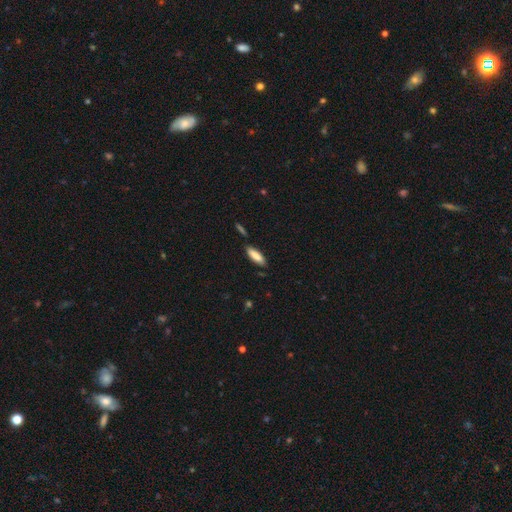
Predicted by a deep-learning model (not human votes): Smooth or featured? Predicted: smooth (p=0.84). How rounded? Predicted: in between (p=0.51). Merging? Predicted: none (p=0.80).